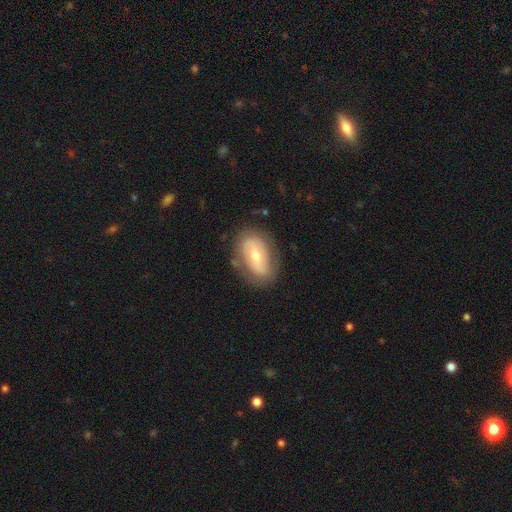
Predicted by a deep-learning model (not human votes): This appears to be a featured or disk galaxy (58%) with no bar (41%), spiral arms (59%) and a moderate central bulge (56%). Merging: none (75%).